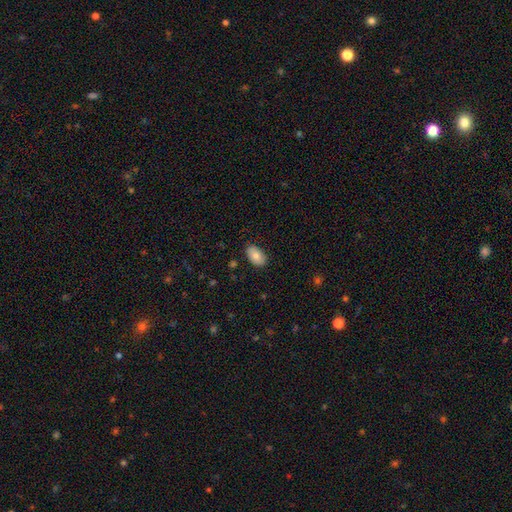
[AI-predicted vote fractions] Smooth or featured? Predicted: smooth (p=0.80). How rounded? Predicted: in between (p=0.92). Merging? Predicted: none (p=0.85).